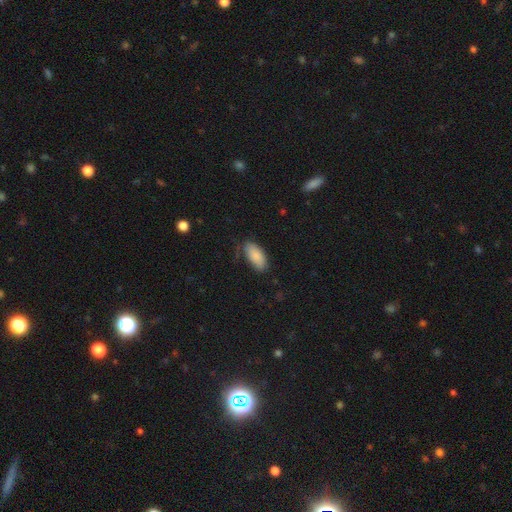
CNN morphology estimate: smooth 88%, star or artifact 7%, featured or disk 6%. Down the decision tree: how rounded — in between (90%); merging — none (71%).